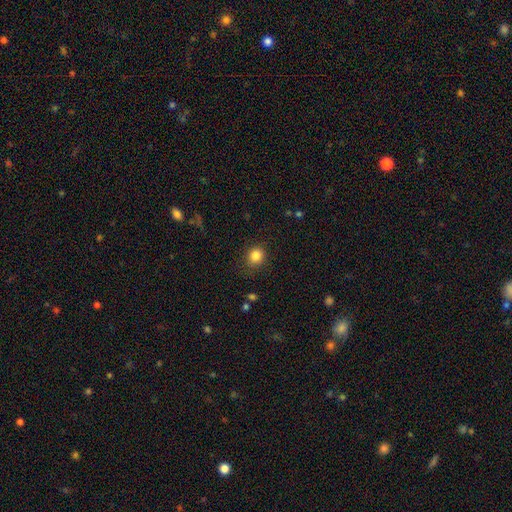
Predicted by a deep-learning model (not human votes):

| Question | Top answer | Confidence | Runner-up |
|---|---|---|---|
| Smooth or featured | smooth | 84% | star or artifact (11%) |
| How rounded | round | 79% | in between (20%) |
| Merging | none | 83% | minor disturbance (12%) |